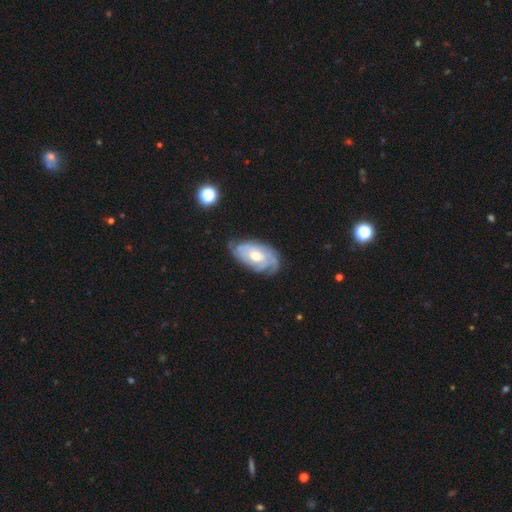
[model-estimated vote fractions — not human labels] Overall: featured or disk (81%). Edge-on disk: no (95%). Bar: no (67%; weak 28%). Spiral arms: yes (93%). Spiral arm count: can't tell (42%; 3 21%). Spiral winding: tight (69%). Bulge size: moderate (72%). Merging: none (69%).